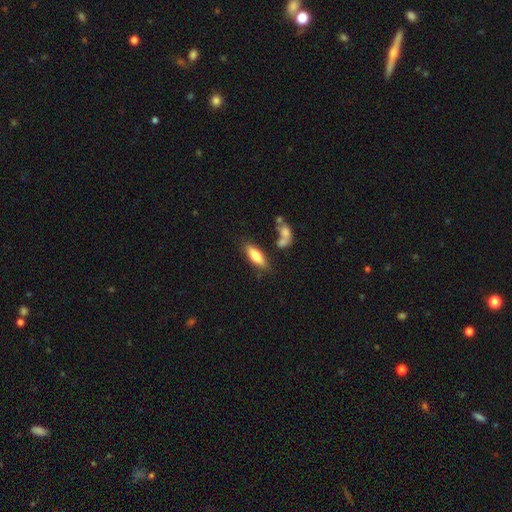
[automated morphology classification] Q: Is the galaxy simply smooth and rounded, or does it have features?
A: smooth — 76%.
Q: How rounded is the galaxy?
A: in between — 62%.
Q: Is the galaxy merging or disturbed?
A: none — 70%.